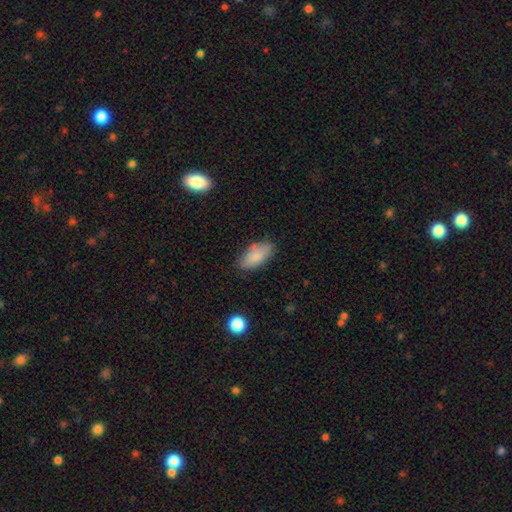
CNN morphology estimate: smooth 85%, featured or disk 8%, star or artifact 7%. Down the decision tree: how rounded — in between (91%); merging — none (77%).